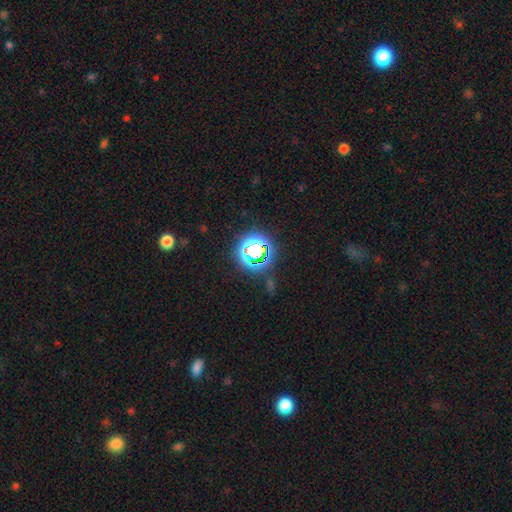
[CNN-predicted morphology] A star or artifact, not a galaxy (65%).

Vote fractions:
- Smooth or featured? star or artifact: 65% / smooth: 24% / featured or disk: 11%